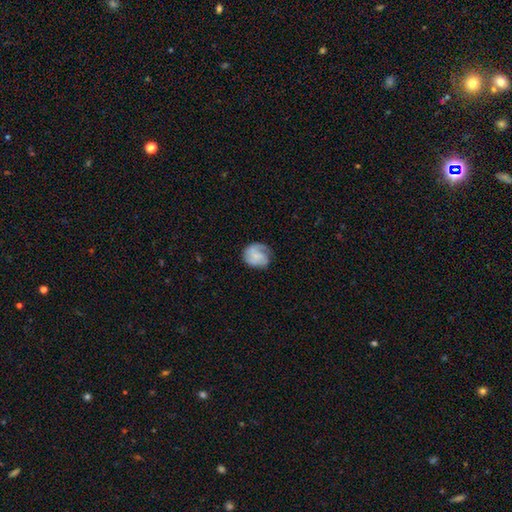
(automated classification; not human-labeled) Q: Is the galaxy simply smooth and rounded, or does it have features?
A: featured or disk — 49%.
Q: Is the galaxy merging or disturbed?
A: none — 62%.